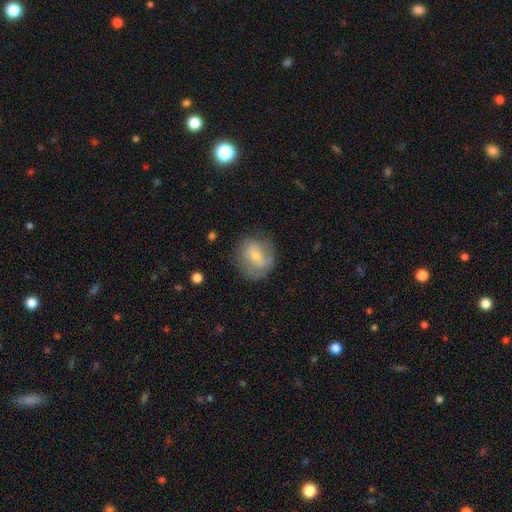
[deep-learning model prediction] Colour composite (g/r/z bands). It shows a featured or disk galaxy (52%). Merging: none (69%).